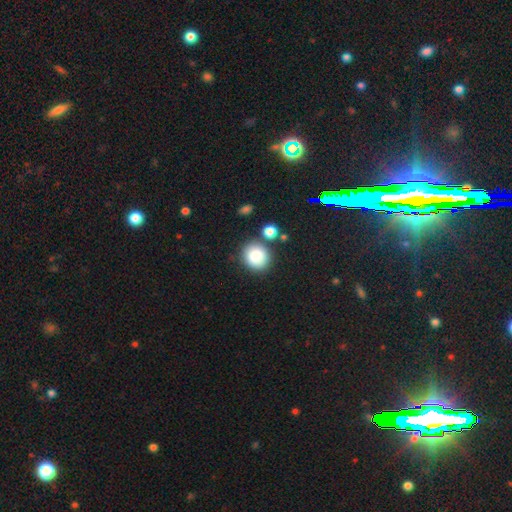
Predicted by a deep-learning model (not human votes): A smooth galaxy with no disk features (84%) that is round (84%). Merging: none (76%).